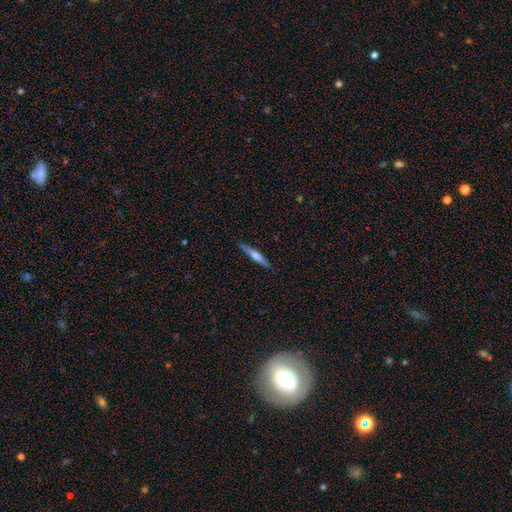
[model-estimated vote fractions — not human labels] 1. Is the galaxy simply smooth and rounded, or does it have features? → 48% featured or disk, 46% smooth, 6% star or artifact.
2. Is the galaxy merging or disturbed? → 88% none, 9% minor disturbance, 2% major disturbance, 1% merger.